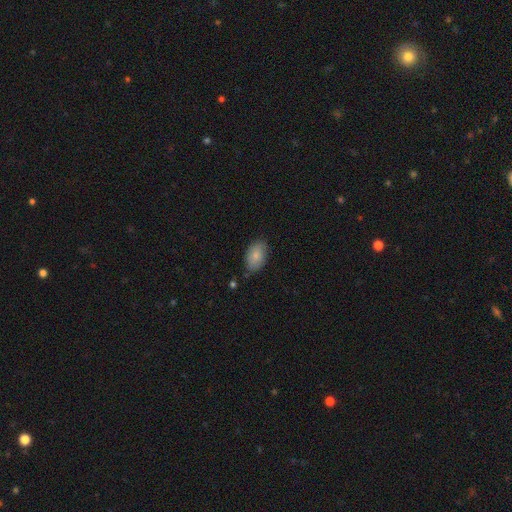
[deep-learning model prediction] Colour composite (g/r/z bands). It shows a smooth galaxy with no disk features (80%) that is in between round and cigar-shaped (92%). Merging: none (78%).